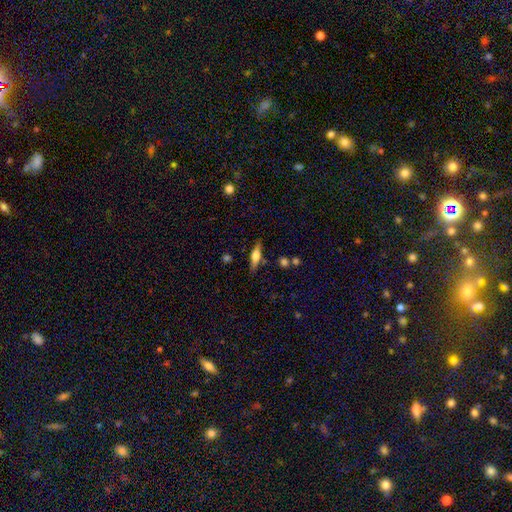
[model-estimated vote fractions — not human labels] Q: Smooth or featured?
A: featured or disk (48%); runner-up: smooth (45%)
Q: Merging?
A: none (81%); runner-up: minor disturbance (12%)